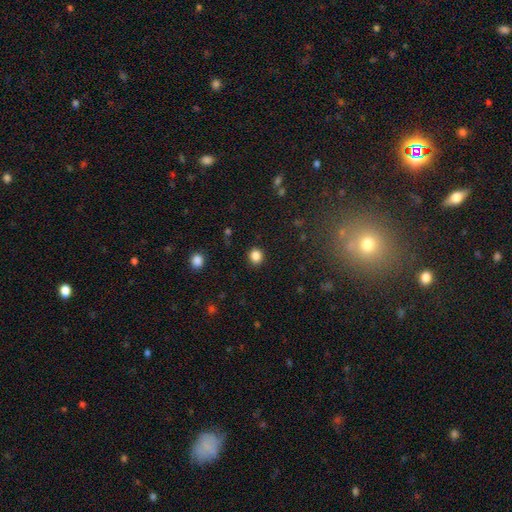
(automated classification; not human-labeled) Smooth or featured?
  - smooth: 85% *
  - star or artifact: 11%
  - featured or disk: 4%
How rounded?
  - round: 75% *
  - in between: 25%
  - cigar-shaped: 1%
Merging?
  - none: 90% *
  - minor disturbance: 7%
  - major disturbance: 2%
  - merger: 1%